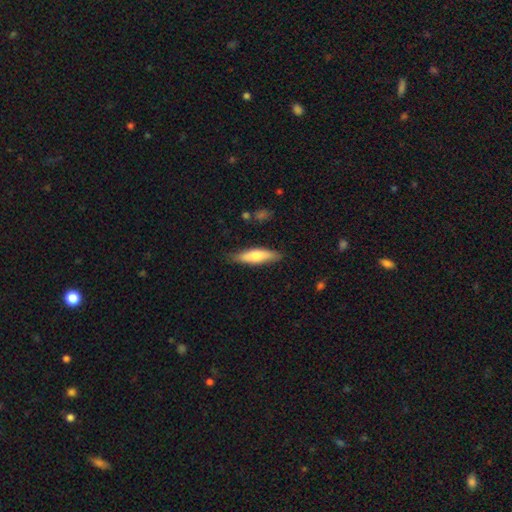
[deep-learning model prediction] Overall: smooth (66%; featured or disk 28%). How rounded: cigar-shaped (63%; in between 35%). Merging: none (82%).